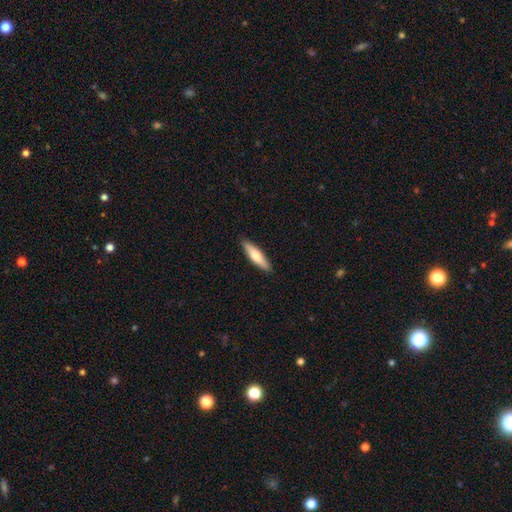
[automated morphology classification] A smooth galaxy with no disk features (70%) that is cigar-shaped (71%). Merging: none (89%).